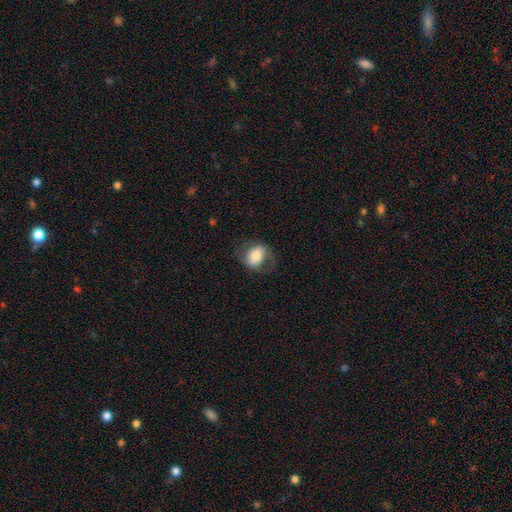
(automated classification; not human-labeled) smooth 57%, featured or disk 35%, star or artifact 8%. Down the decision tree: how rounded — in between (66%); merging — none (60%).